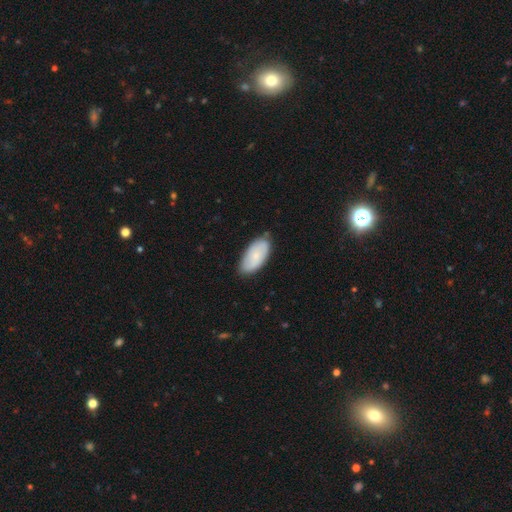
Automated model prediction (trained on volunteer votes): Morphology: type=smooth (67%); roundness=in between (94%); merging=none (78%).